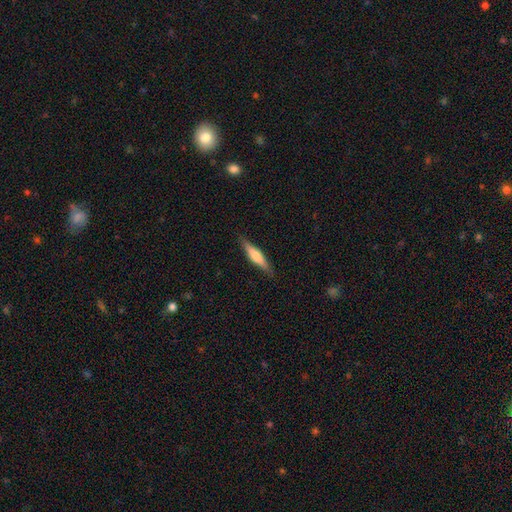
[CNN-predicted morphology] This appears to be a smooth galaxy with no disk features (48%). Merging: none (88%).